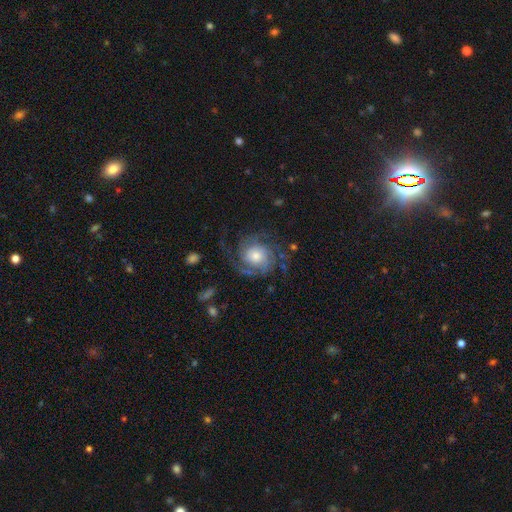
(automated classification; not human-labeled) Q: Smooth or featured?
A: featured or disk (83%); runner-up: smooth (11%)
Q: Edge-on disk?
A: no (98%); runner-up: yes (2%)
Q: Bar?
A: no (76%); runner-up: weak (20%)
Q: Spiral arms?
A: yes (96%); runner-up: no (4%)
Q: Spiral winding?
A: tight (45%); runner-up: medium (40%)
Q: Spiral arm count?
A: 2 (28%); runner-up: 3 (26%)
Q: Bulge size?
A: moderate (47%); runner-up: large (29%)
Q: Merging?
A: none (67%); runner-up: major disturbance (16%)